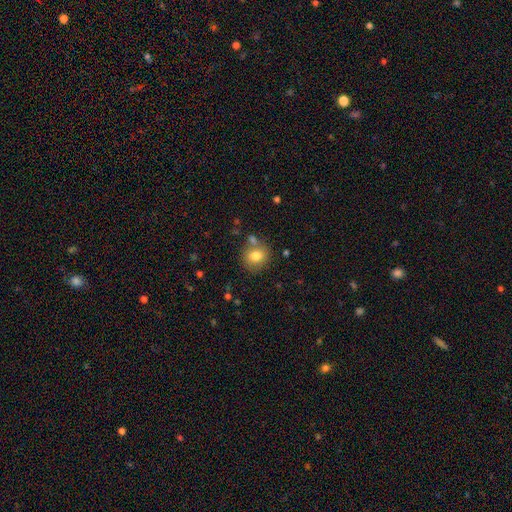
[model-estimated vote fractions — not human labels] Smooth or featured?
  - smooth: 77% *
  - featured or disk: 12%
  - star or artifact: 10%
How rounded?
  - round: 79% *
  - in between: 20%
  - cigar-shaped: 1%
Merging?
  - none: 70% *
  - merger: 14%
  - minor disturbance: 12%
  - major disturbance: 4%